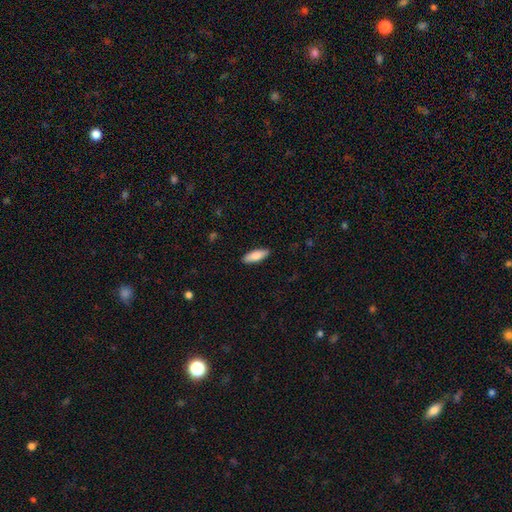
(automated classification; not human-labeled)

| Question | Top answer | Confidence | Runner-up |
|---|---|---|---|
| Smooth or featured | smooth | 83% | featured or disk (11%) |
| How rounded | in between | 63% | cigar-shaped (36%) |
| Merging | none | 89% | minor disturbance (8%) |